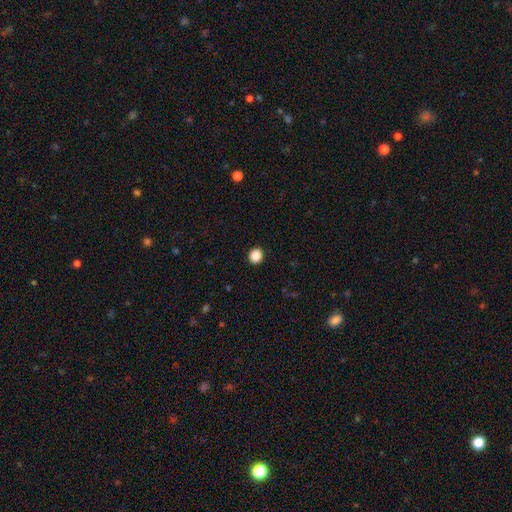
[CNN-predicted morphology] Smooth or featured? smooth (87%)
How rounded? round (82%)
Merging? none (93%)